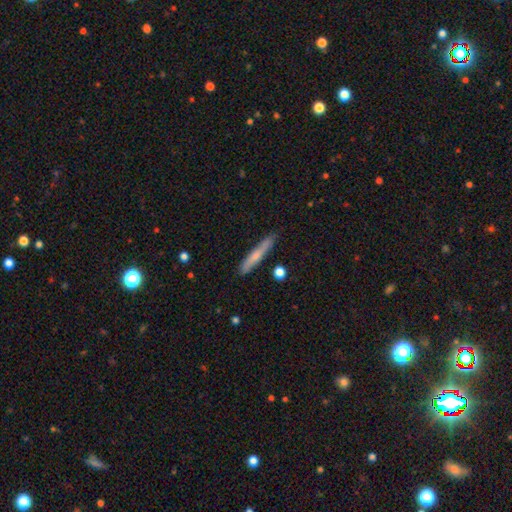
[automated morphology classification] Overall: smooth (57%; featured or disk 37%). How rounded: cigar-shaped (93%). Merging: none (83%).